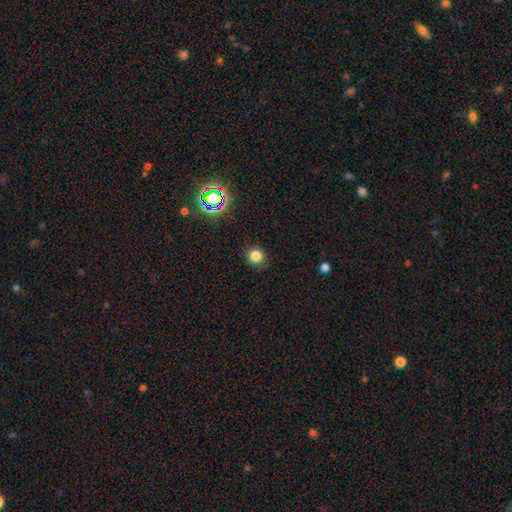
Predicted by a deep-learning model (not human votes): Q: Smooth or featured?
A: smooth (79%); runner-up: star or artifact (16%)
Q: How rounded?
A: round (91%); runner-up: in between (8%)
Q: Merging?
A: none (88%); runner-up: minor disturbance (8%)